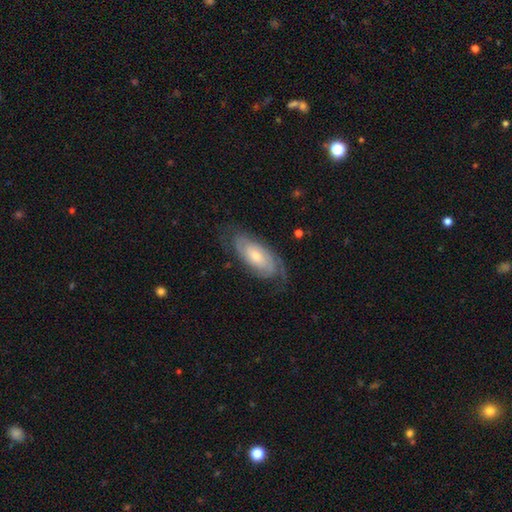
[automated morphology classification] type=featured or disk (73%); edge-on=no (91%); bar=no (69%); spiral arms=yes (92%); winding=tight (60%); arm count=2 (54%); bulge=moderate (47%); merging=none (72%).